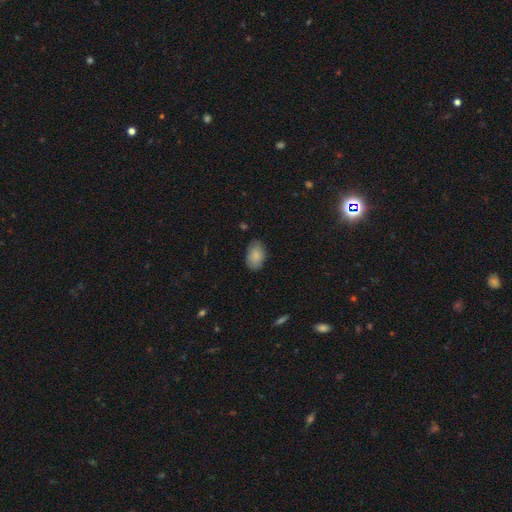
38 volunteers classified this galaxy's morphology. Smooth or featured? smooth (87%)
How rounded? in between (94%)
Merging? none (89%)